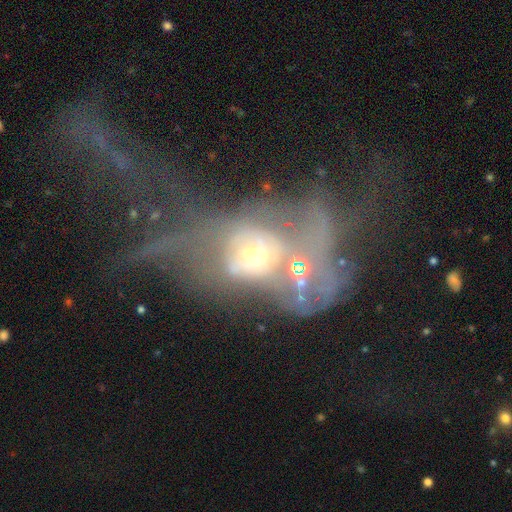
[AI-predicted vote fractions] The model was most divided on "merging": merger: 46%, major disturbance: 42%, none: 7%, minor disturbance: 5%. More confident: edge-on disk — no (94%); bar — no (83%); spiral arms — no (69%); smooth or featured — featured or disk (59%); bulge size — moderate (56%).